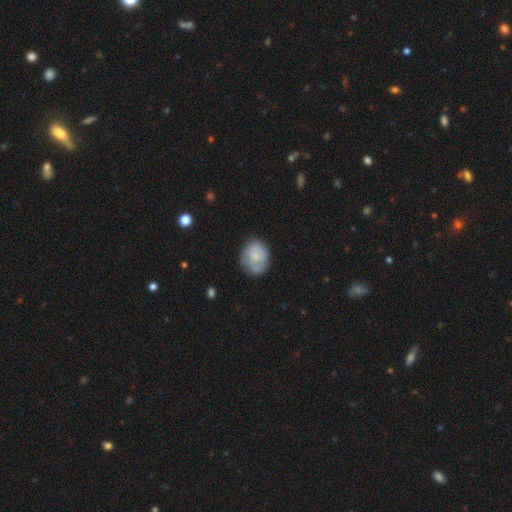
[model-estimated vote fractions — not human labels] Smooth or featured? Predicted: smooth (p=0.61). How rounded? Predicted: in between (p=0.57). Merging? Predicted: none (p=0.64).